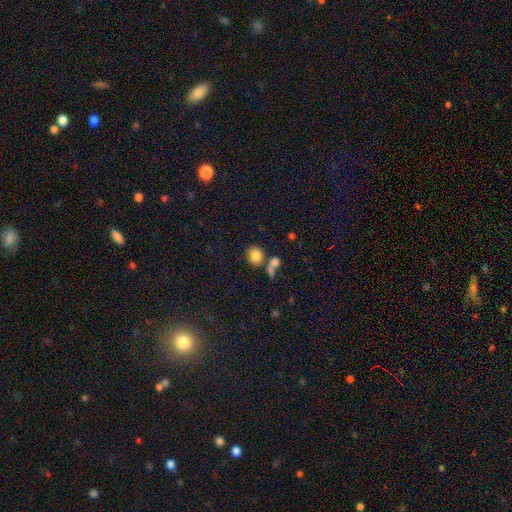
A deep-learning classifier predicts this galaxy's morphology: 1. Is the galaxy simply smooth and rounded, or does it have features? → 83% smooth, 10% star or artifact, 8% featured or disk.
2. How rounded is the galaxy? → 75% round, 24% in between, 1% cigar-shaped.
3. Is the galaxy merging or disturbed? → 58% none, 26% merger, 10% minor disturbance, 6% major disturbance.